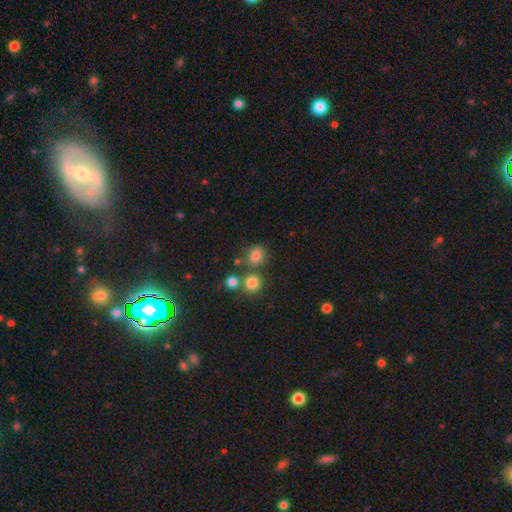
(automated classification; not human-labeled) The model was most divided on "how rounded": round: 69%, in between: 30%, cigar-shaped: 1%. More confident: smooth or featured — smooth (79%); merging — none (67%).